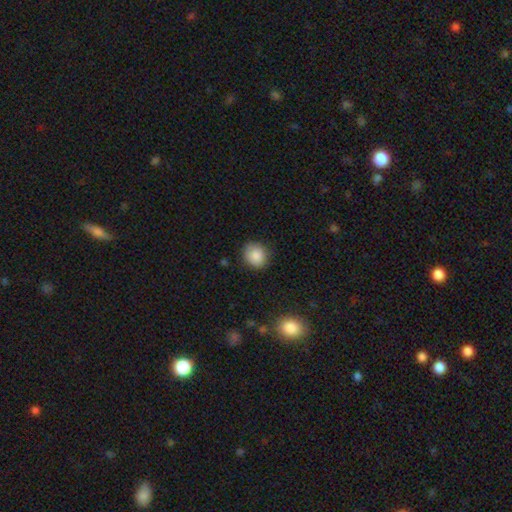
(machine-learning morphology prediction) This appears to be a smooth galaxy with no disk features (86%) that is round (74%). Merging: none (82%).